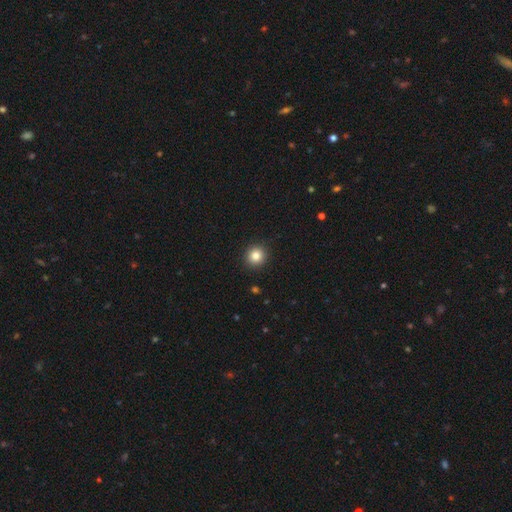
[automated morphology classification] Q: Smooth or featured?
A: smooth (84%); runner-up: star or artifact (10%)
Q: How rounded?
A: round (90%); runner-up: in between (9%)
Q: Merging?
A: none (92%); runner-up: minor disturbance (6%)